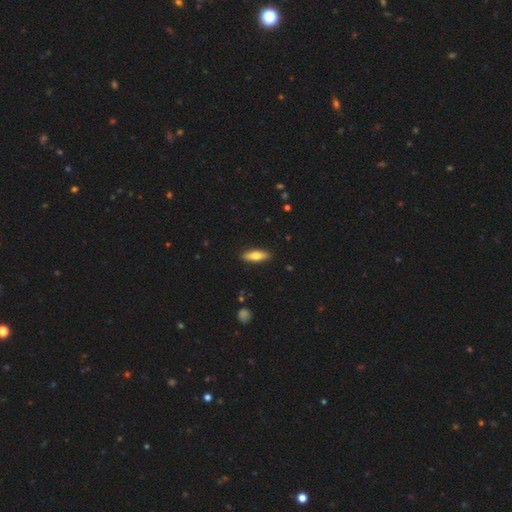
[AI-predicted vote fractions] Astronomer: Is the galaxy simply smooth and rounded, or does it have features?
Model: smooth — 69%.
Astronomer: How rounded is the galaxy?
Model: in between — 50% (runner-up: cigar-shaped, 48%).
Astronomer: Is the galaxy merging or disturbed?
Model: none — 90%.